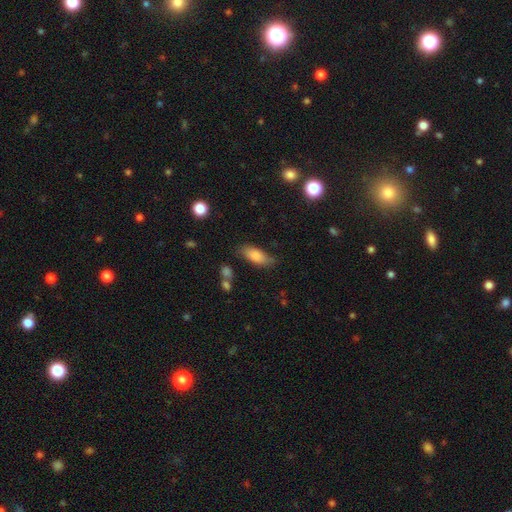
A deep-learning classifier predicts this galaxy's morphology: This is clearly a smooth galaxy (81%). How rounded: likely in between (80%). Merging: likely none (67%).